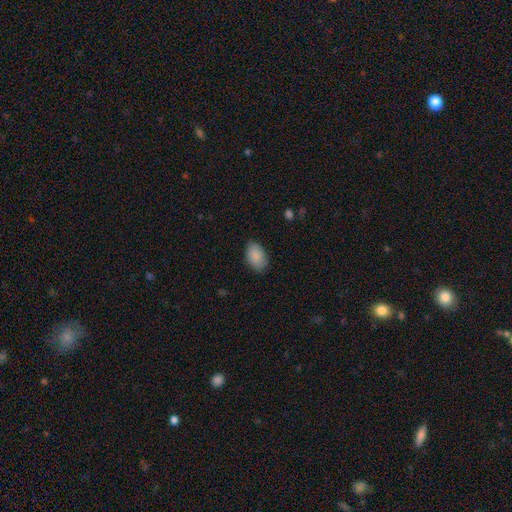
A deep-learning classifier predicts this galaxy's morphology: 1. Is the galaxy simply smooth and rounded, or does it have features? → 88% smooth, 7% star or artifact, 5% featured or disk.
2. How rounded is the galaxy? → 89% in between, 10% round, 1% cigar-shaped.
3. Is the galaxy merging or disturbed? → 80% none, 16% minor disturbance, 3% major disturbance, 1% merger.